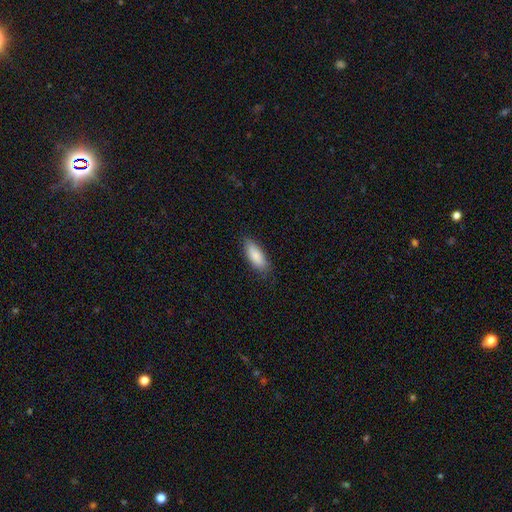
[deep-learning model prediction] This is clearly a smooth galaxy (86%). How rounded: likely in between (75%). Merging: clearly none (83%).